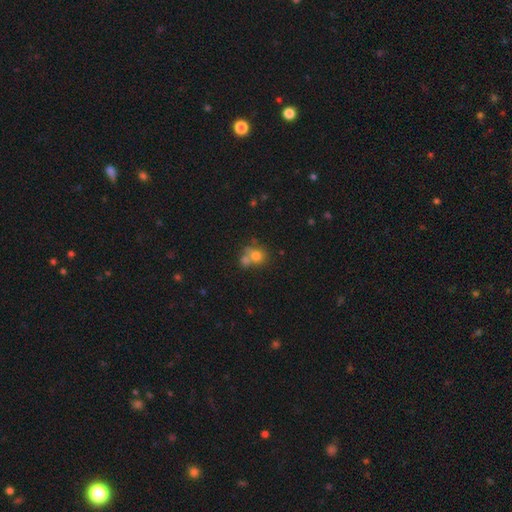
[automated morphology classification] Smooth or featured? Predicted: smooth (p=0.70). How rounded? Predicted: round (p=0.77). Merging? Predicted: merger (p=0.45).